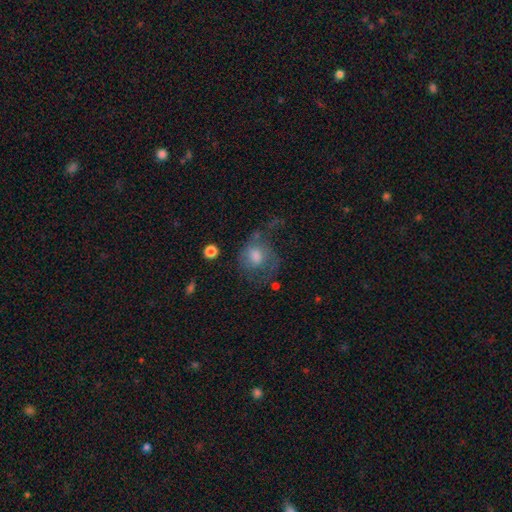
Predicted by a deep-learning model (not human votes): Morphology: type=smooth (50%); merging=major disturbance (37%).